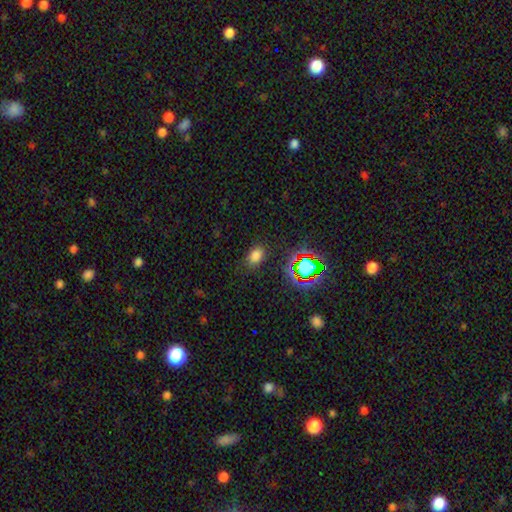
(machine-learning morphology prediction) Smooth or featured: smooth — 73% (star or artifact — 20%)
How rounded: in between — 79% (round — 19%)
Merging: none — 82% (minor disturbance — 12%)